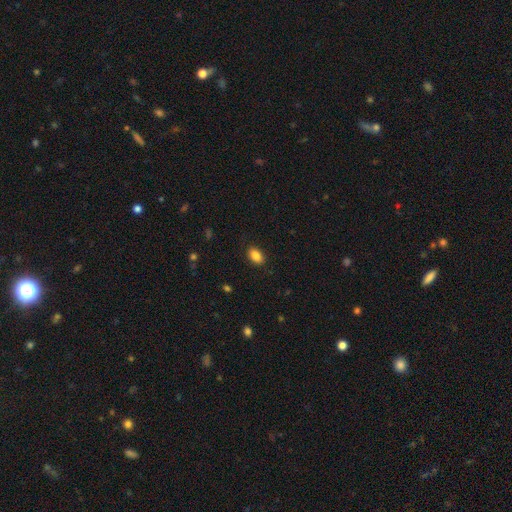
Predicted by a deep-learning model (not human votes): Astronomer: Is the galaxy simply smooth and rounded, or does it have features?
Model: smooth — 87%.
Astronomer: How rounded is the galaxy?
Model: in between — 85%.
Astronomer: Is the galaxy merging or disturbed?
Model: none — 88%.